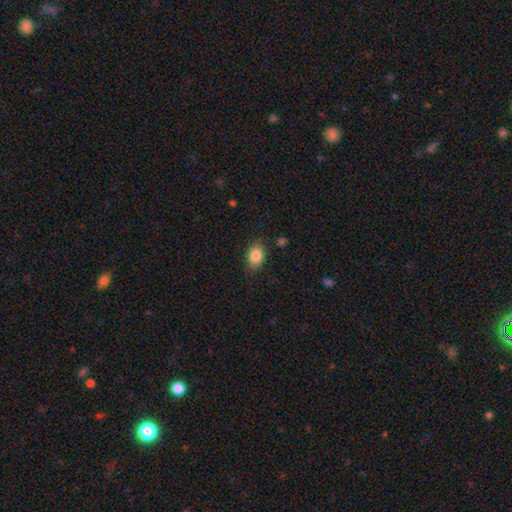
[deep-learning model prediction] smooth-or-featured: smooth: 87% | star or artifact: 8% | featured or disk: 5%
  how-rounded: in between: 79% | round: 20% | cigar-shaped: 1%
  merging: none: 81% | minor disturbance: 14% | major disturbance: 3% | merger: 2%